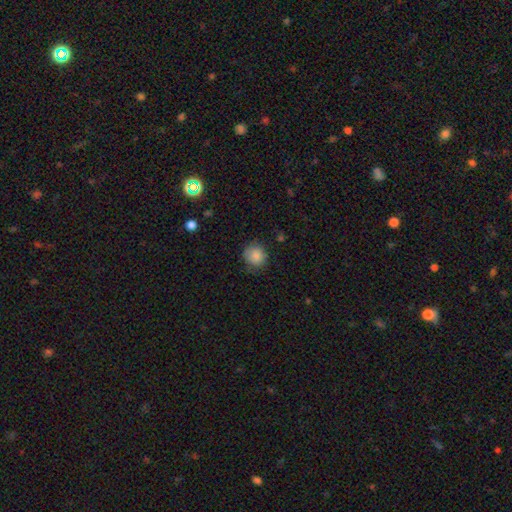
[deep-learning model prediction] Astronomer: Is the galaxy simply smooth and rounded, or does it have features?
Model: smooth — 85%.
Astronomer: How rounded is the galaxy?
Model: round — 86%.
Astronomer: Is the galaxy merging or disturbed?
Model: none — 76%.